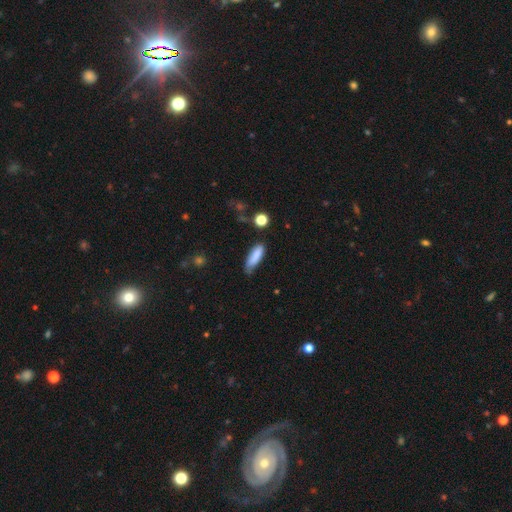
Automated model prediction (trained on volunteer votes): Overall: smooth (82%). How rounded: in between (51%; cigar-shaped 47%). Merging: none (52%; minor disturbance 36%).